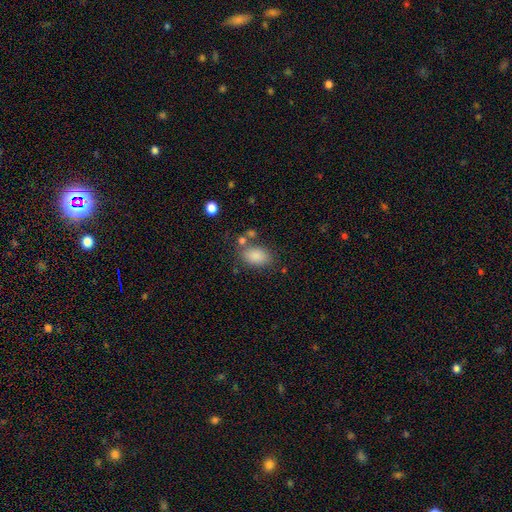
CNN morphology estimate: This appears to be a smooth galaxy with no disk features (85%) that is in between round and cigar-shaped (89%). Merging: none (69%).